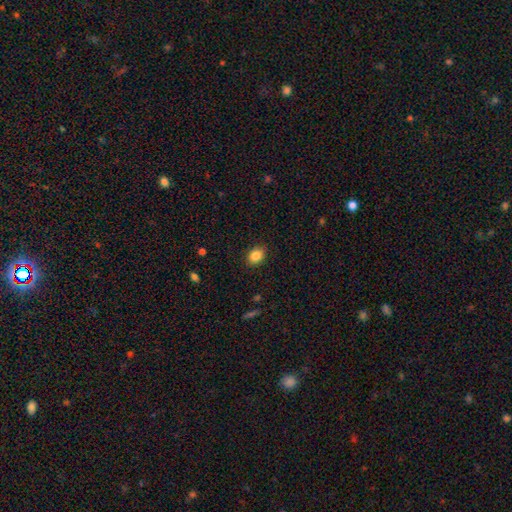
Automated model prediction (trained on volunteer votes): A smooth galaxy with no disk features (86%) that is in between round and cigar-shaped (62%). Merging: none (88%).